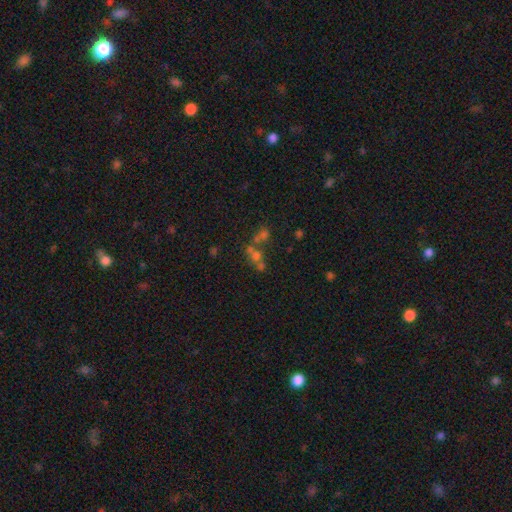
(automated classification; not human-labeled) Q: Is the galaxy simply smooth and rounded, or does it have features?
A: smooth — 37%, tied with star or artifact.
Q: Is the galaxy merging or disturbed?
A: merger — 45%.